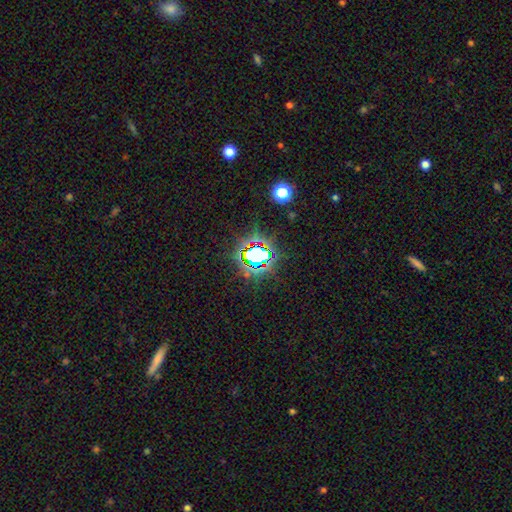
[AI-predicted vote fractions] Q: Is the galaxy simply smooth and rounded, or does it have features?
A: star or artifact — 71%.